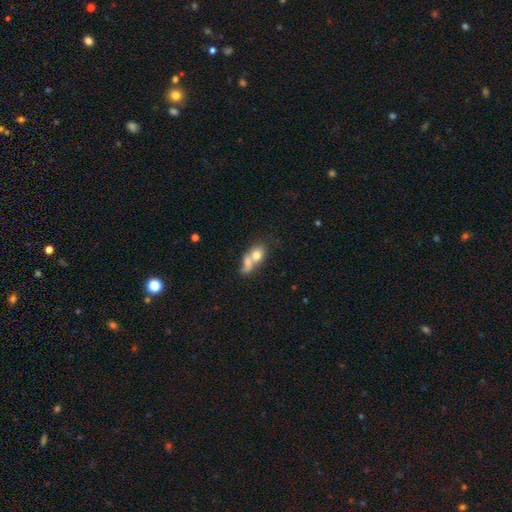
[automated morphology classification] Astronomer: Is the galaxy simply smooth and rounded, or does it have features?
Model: smooth — 70%.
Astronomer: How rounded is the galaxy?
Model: in between — 56% (runner-up: round, 37%).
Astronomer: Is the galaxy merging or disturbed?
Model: merger — 66%.